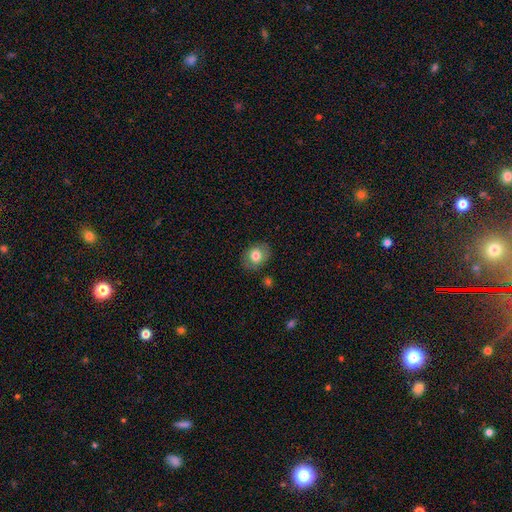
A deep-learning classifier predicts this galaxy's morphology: This appears to be a smooth galaxy with no disk features (76%) that is in between round and cigar-shaped (57%). Merging: none (82%).